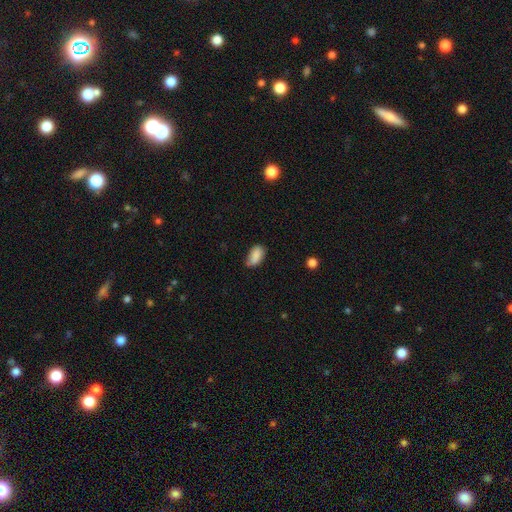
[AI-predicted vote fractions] Smooth or featured? smooth (86%)
How rounded? in between (93%)
Merging? none (60%)